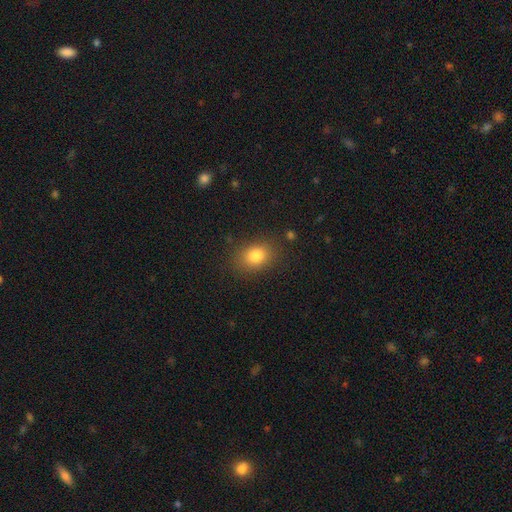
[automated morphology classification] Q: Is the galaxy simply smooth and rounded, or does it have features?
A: smooth — 82%.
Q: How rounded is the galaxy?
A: in between — 67%.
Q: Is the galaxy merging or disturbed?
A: none — 84%.